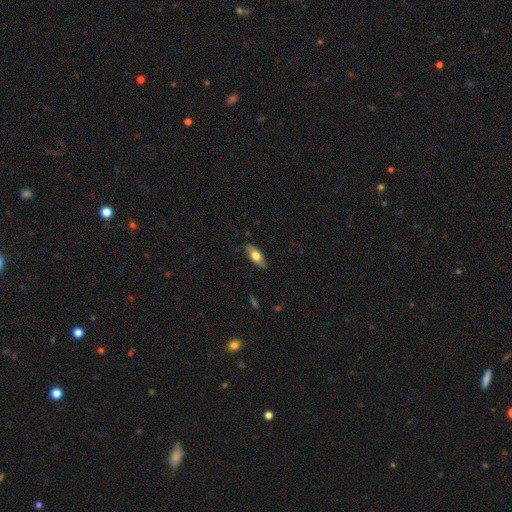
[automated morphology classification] type=smooth (68%); roundness=in between (81%); merging=none (83%).